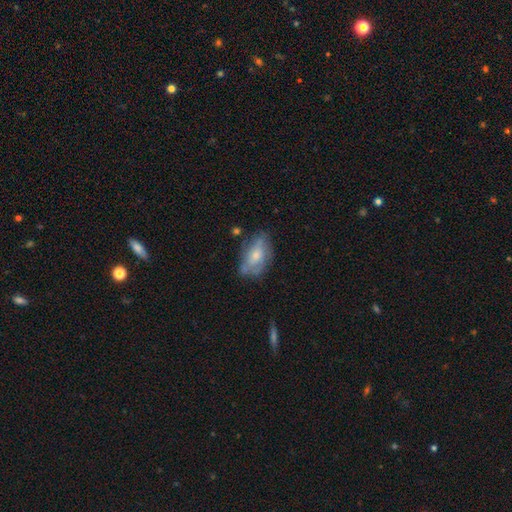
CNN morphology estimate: This is possibly a featured or disk galaxy (47%). Merging: possibly none (54%).